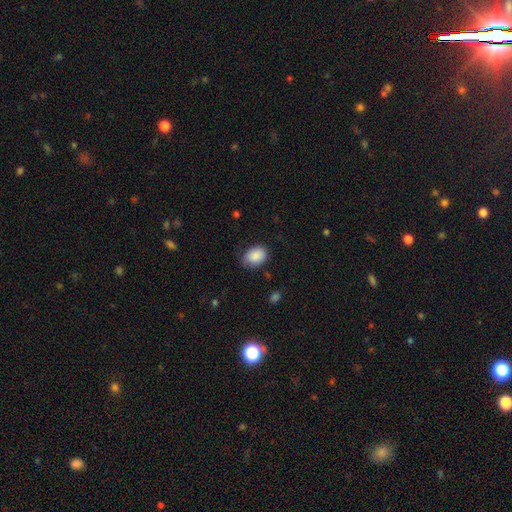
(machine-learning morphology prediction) This is clearly a smooth galaxy (88%). How rounded: likely in between (68%). Merging: likely none (73%).